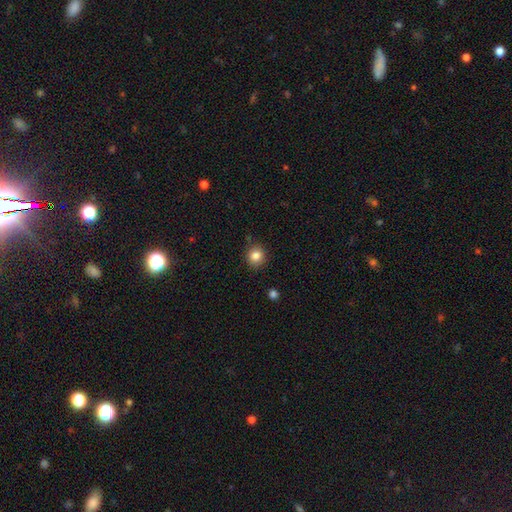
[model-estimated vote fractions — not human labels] Q: Smooth or featured?
A: smooth (84%); runner-up: star or artifact (11%)
Q: How rounded?
A: round (89%); runner-up: in between (10%)
Q: Merging?
A: none (87%); runner-up: minor disturbance (8%)